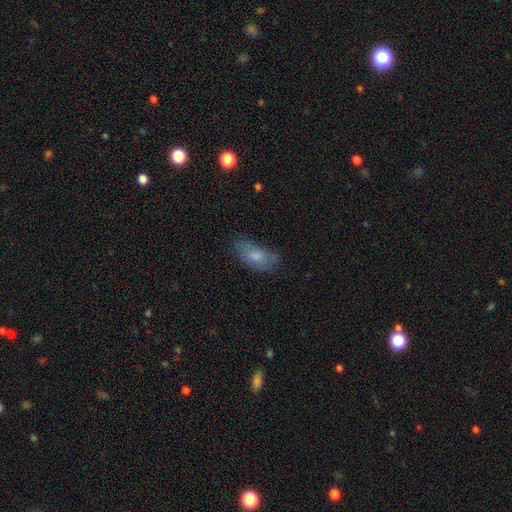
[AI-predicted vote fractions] The model was most divided on "merging": none: 66%, minor disturbance: 24%, major disturbance: 8%, merger: 2%. More confident: how rounded — in between (88%); smooth or featured — smooth (72%).